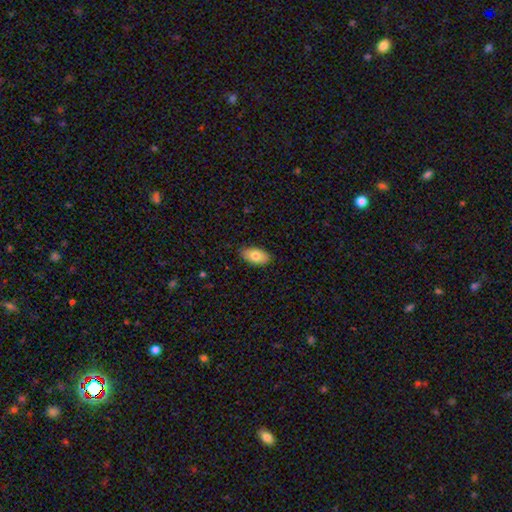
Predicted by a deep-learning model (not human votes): Smooth or featured: smooth — 80% (featured or disk — 13%)
How rounded: in between — 93% (round — 4%)
Merging: none — 86% (minor disturbance — 11%)